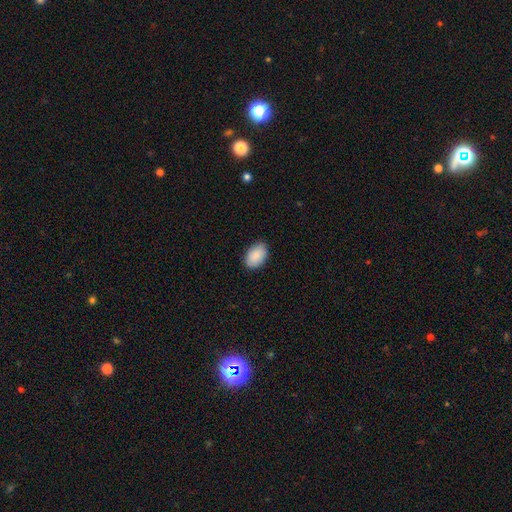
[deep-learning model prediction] Q: Smooth or featured?
A: smooth (89%); runner-up: star or artifact (6%)
Q: How rounded?
A: in between (90%); runner-up: round (9%)
Q: Merging?
A: none (86%); runner-up: minor disturbance (11%)